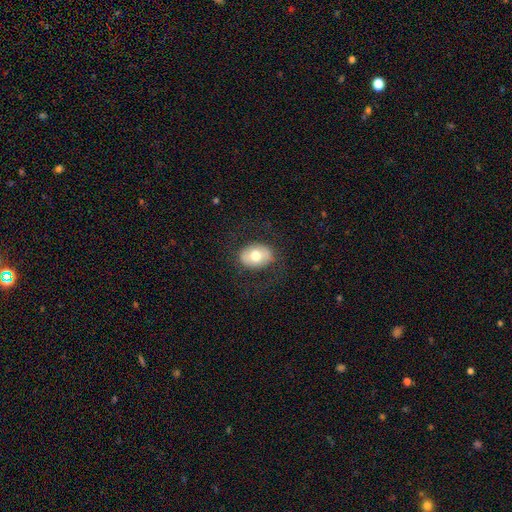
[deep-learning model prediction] smooth 66%, featured or disk 27%, star or artifact 7%. Down the decision tree: how rounded — in between (67%); merging — none (79%).